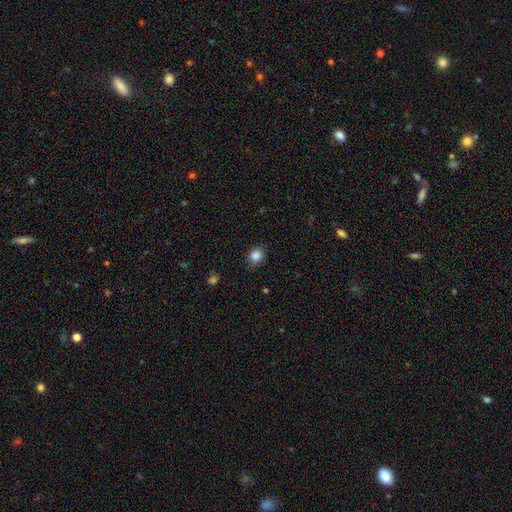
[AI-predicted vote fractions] Smooth or featured: smooth — 85% (star or artifact — 11%)
How rounded: round — 65% (in between — 34%)
Merging: none — 83% (minor disturbance — 13%)